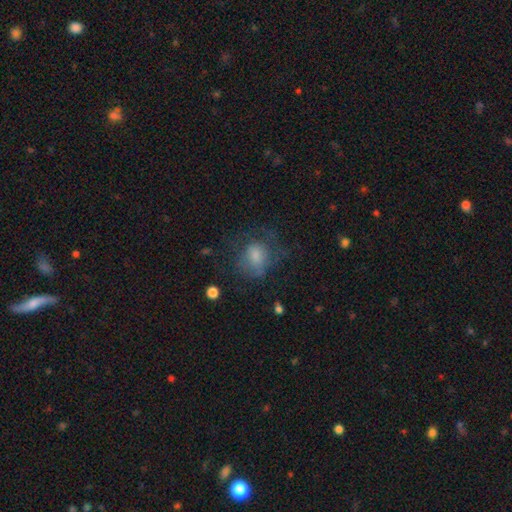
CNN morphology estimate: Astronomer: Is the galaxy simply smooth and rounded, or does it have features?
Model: smooth — 59%.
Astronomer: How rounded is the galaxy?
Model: round — 63%.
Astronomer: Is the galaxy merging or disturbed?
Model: none — 53%.